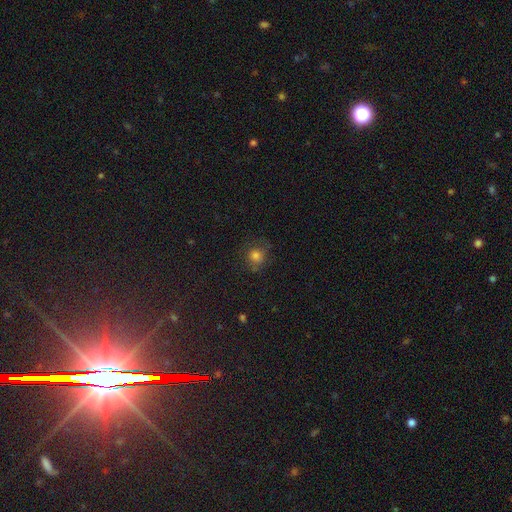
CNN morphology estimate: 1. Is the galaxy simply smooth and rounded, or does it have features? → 74% smooth, 16% star or artifact, 10% featured or disk.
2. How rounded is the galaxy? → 87% round, 12% in between, 1% cigar-shaped.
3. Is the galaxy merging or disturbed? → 71% none, 18% minor disturbance, 9% major disturbance, 2% merger.